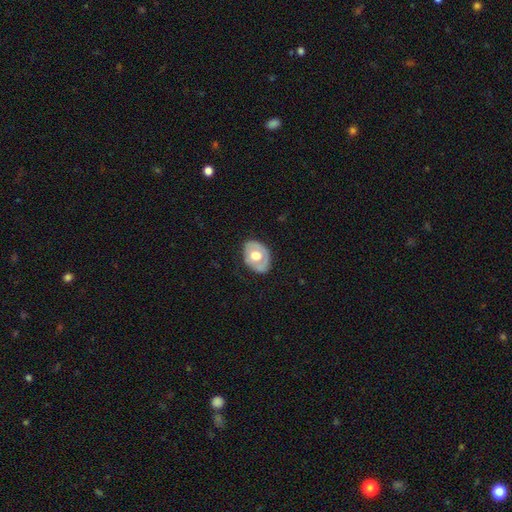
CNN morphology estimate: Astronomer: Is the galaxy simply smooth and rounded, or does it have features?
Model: smooth — 48% (runner-up: featured or disk, 46%).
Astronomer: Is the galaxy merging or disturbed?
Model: none — 71%.